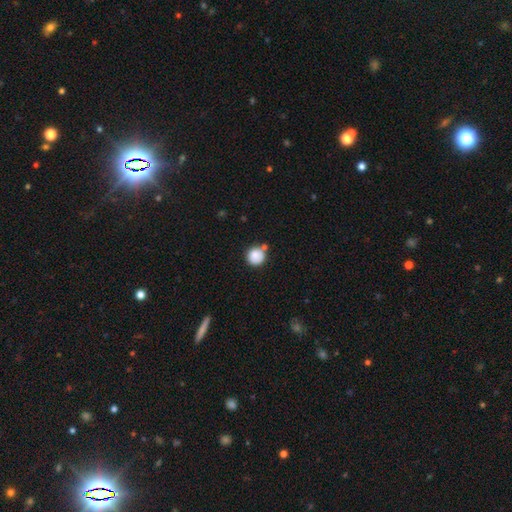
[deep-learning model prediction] Smooth or featured? smooth (83%)
How rounded? round (92%)
Merging? none (69%)